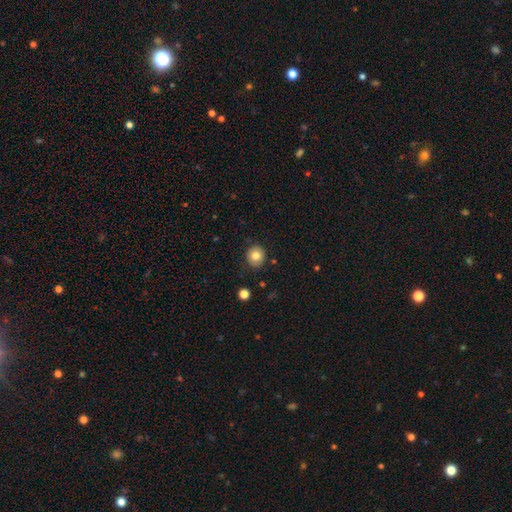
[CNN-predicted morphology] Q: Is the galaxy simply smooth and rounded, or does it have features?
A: smooth — 81%.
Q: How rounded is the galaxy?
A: round — 84%.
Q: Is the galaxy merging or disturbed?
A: none — 86%.